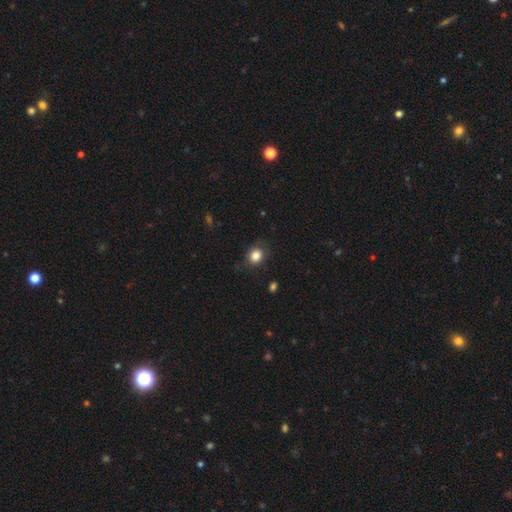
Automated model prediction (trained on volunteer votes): smooth 84%, star or artifact 10%, featured or disk 6%. Down the decision tree: how rounded — round (70%); merging — none (80%).